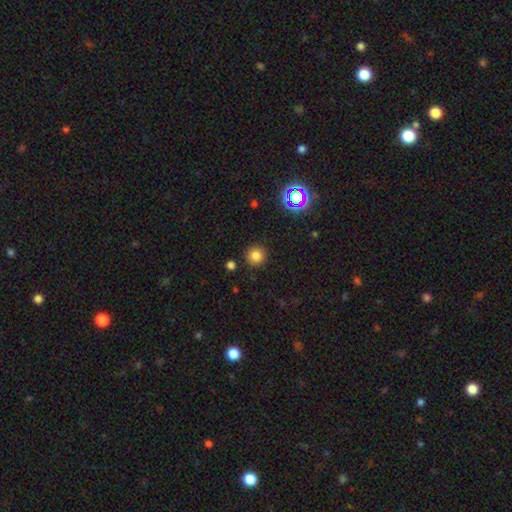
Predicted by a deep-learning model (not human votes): A smooth galaxy with no disk features (78%) that is round (94%). Merging: none (89%).